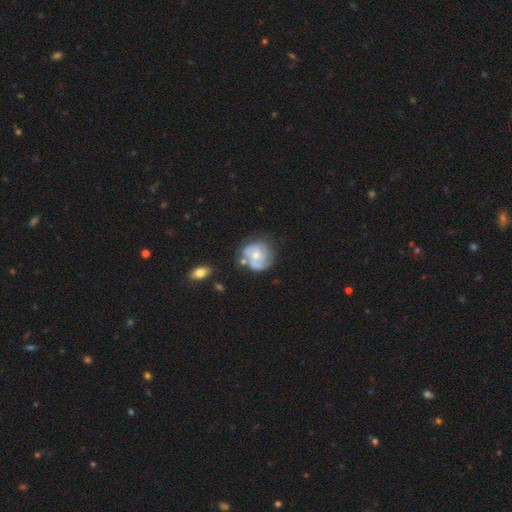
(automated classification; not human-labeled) featured or disk 68%, smooth 26%, star or artifact 6%. Down the decision tree: edge-on disk — no (98%); bar — no (76%); spiral arms — yes (78%); spiral arm count — can't tell (35%, tied with 2); spiral winding — tight (59%); bulge size — moderate (57%); merging — none (55%).